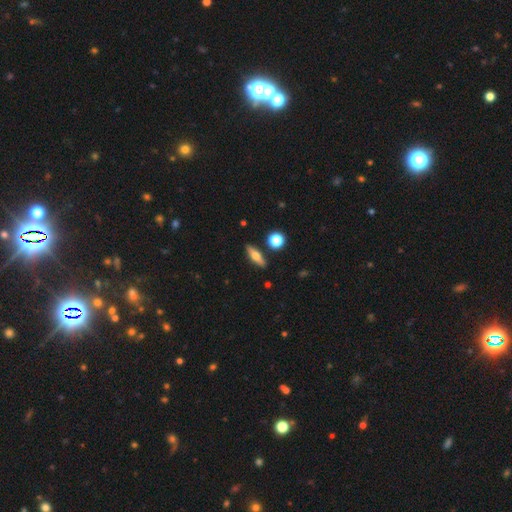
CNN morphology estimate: type=smooth (51%); roundness=cigar-shaped (52%); merging=none (86%).